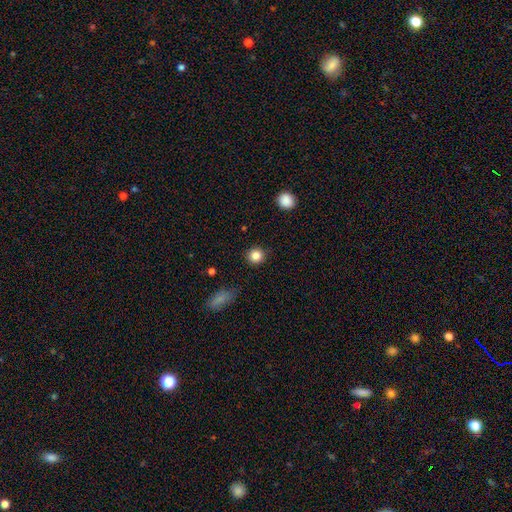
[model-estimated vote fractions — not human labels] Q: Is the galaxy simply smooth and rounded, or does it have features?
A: smooth — 85%.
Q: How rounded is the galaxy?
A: round — 92%.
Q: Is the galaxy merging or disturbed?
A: none — 89%.